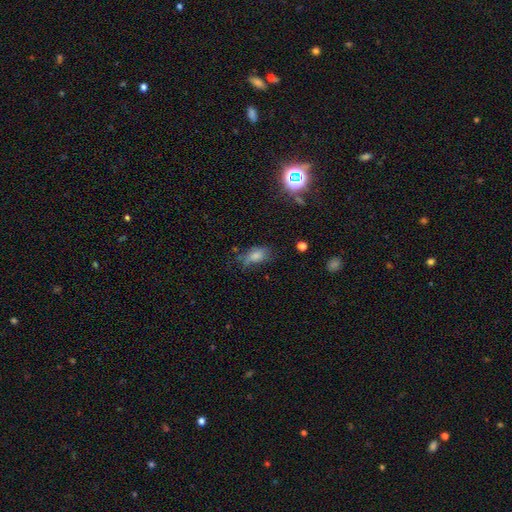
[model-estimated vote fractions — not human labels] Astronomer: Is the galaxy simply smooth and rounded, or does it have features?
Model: smooth — 71%.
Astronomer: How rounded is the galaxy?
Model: in between — 87%.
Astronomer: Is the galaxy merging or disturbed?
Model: none — 47% (runner-up: minor disturbance, 31%).